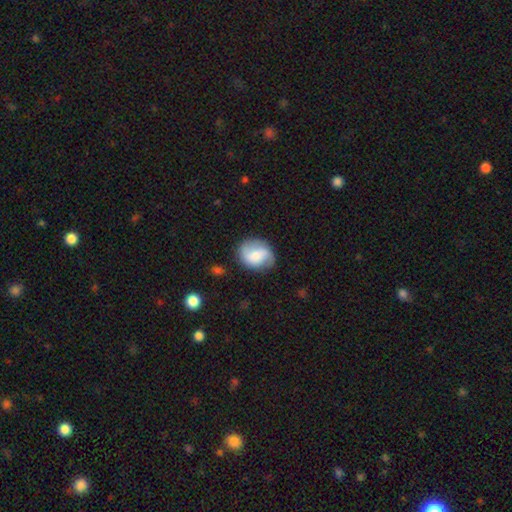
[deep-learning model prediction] smooth_or_featured: smooth (p=0.53) [alt: featured or disk p=0.40]
how_rounded: round (p=0.51) [alt: in between p=0.48]
merging: none (p=0.73) [alt: minor disturbance p=0.19]